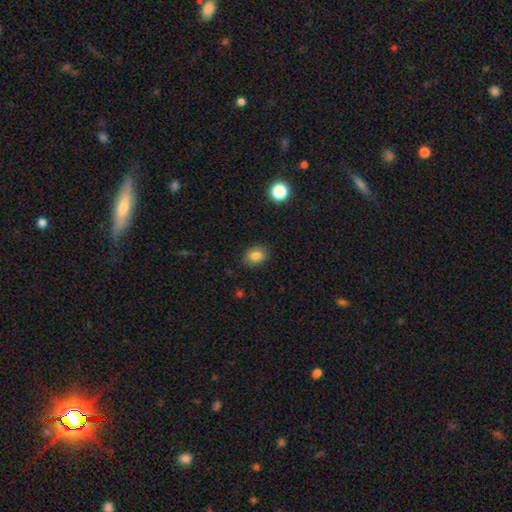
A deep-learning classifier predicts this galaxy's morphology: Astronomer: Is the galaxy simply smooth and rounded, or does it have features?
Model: smooth — 82%.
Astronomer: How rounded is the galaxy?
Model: in between — 61% (runner-up: round, 38%).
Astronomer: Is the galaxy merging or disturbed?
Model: none — 85%.